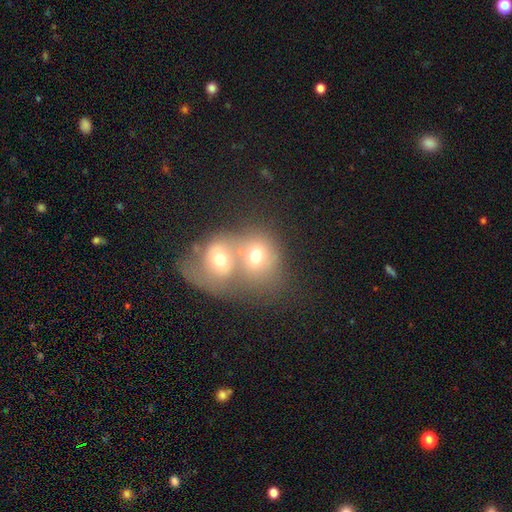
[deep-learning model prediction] smooth 61%, featured or disk 28%, star or artifact 11%. Down the decision tree: how rounded — round (65%); merging — merger (72%).